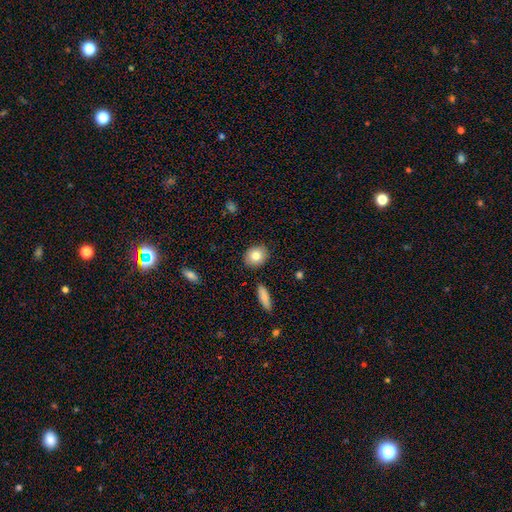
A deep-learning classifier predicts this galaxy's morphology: smooth-or-featured: smooth: 80% | featured or disk: 12% | star or artifact: 8%
  how-rounded: round: 50% | in between: 48% | cigar-shaped: 2%
  merging: none: 87% | minor disturbance: 9% | merger: 2% | major disturbance: 2%